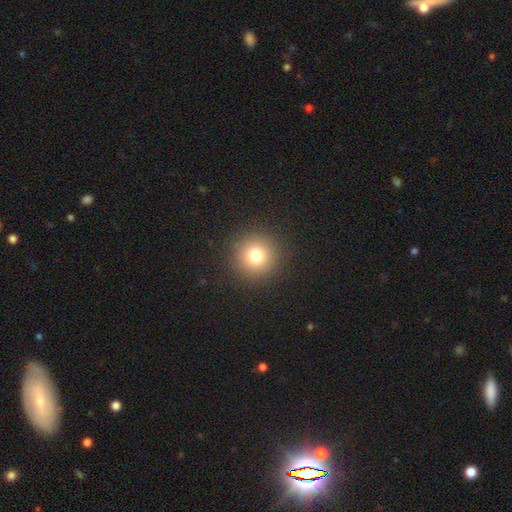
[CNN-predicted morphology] Smooth or featured?
  - smooth: 78% *
  - star or artifact: 14%
  - featured or disk: 8%
How rounded?
  - round: 95% *
  - in between: 4%
  - cigar-shaped: 1%
Merging?
  - none: 91% *
  - minor disturbance: 5%
  - major disturbance: 2%
  - merger: 1%